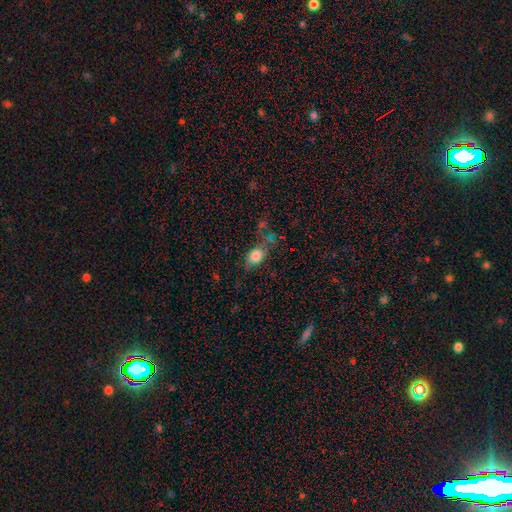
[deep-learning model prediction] Morphology: type=smooth (79%); roundness=in between (77%); merging=none (52%).